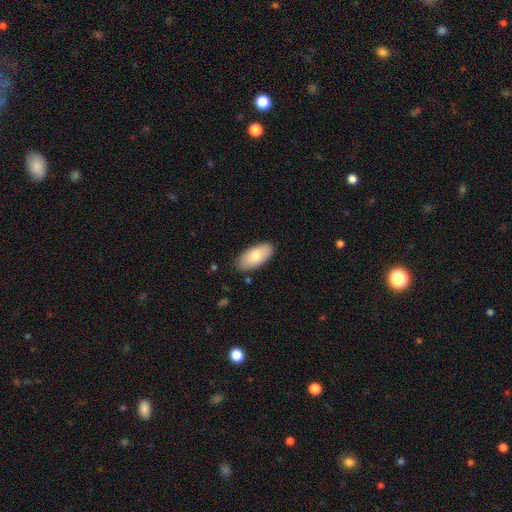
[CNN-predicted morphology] Smooth or featured: smooth — 78% (featured or disk — 16%)
How rounded: in between — 93% (cigar-shaped — 5%)
Merging: none — 85% (minor disturbance — 11%)